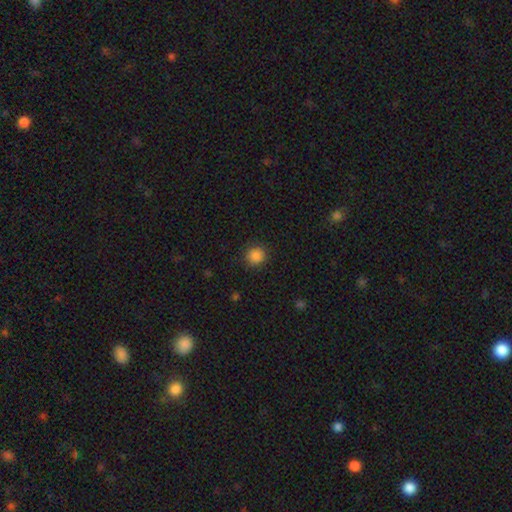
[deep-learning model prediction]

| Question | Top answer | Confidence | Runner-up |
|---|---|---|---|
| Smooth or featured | smooth | 86% | star or artifact (11%) |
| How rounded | round | 92% | in between (7%) |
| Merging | none | 89% | minor disturbance (7%) |